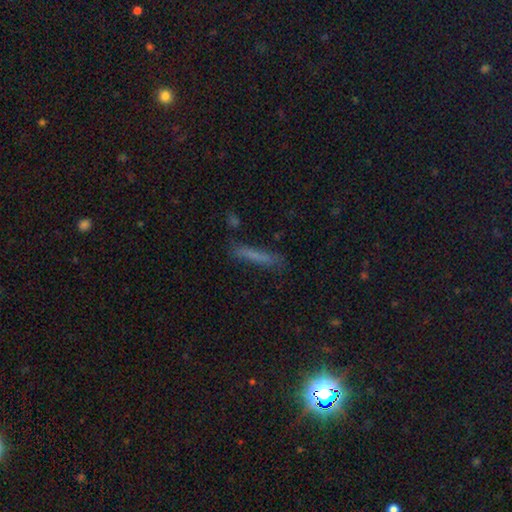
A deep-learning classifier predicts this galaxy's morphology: This is likely a smooth galaxy (62%). How rounded: clearly cigar-shaped (92%). Merging: likely none (75%).